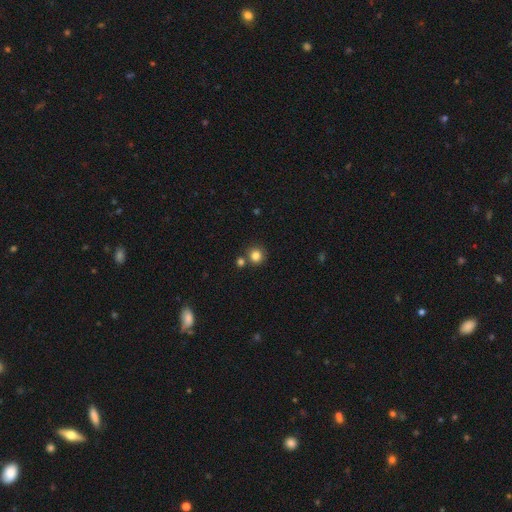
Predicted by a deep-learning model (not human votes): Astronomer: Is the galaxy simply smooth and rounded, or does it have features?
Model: smooth — 82%.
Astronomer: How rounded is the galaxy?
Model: round — 92%.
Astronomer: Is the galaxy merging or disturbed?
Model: none — 76%.